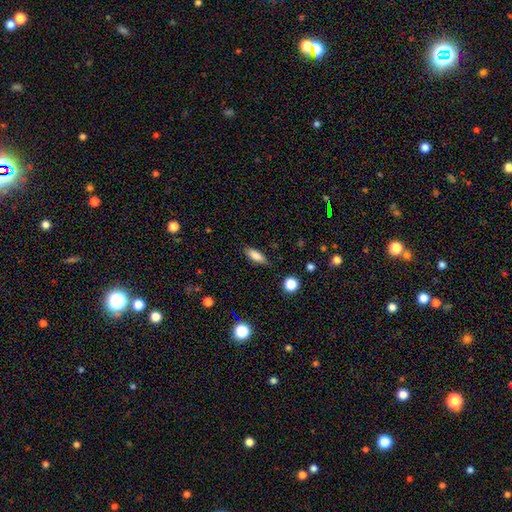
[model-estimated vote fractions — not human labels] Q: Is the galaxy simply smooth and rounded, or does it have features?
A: smooth — 82%.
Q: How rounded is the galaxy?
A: in between — 66%.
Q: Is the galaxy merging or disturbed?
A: none — 84%.